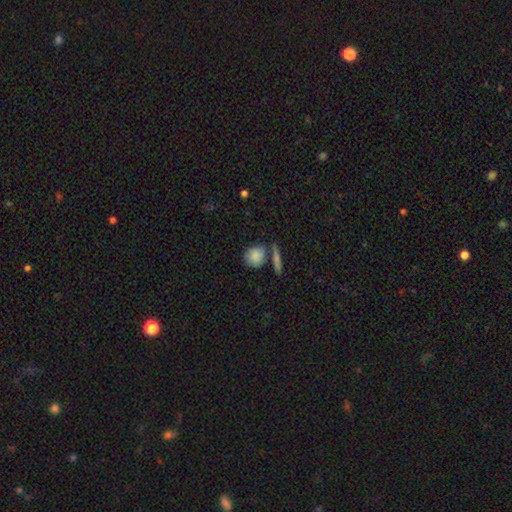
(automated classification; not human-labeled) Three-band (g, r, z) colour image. It shows a smooth galaxy with no disk features (83%) that is round (65%). Merging: none (62%).